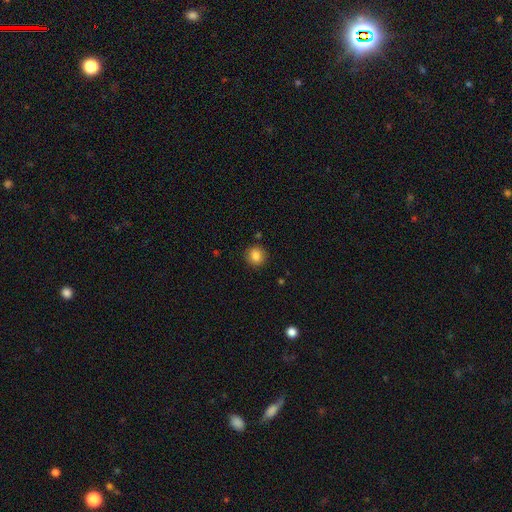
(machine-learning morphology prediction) Smooth or featured: smooth — 85% (star or artifact — 10%)
How rounded: round — 92% (in between — 7%)
Merging: none — 91% (minor disturbance — 6%)